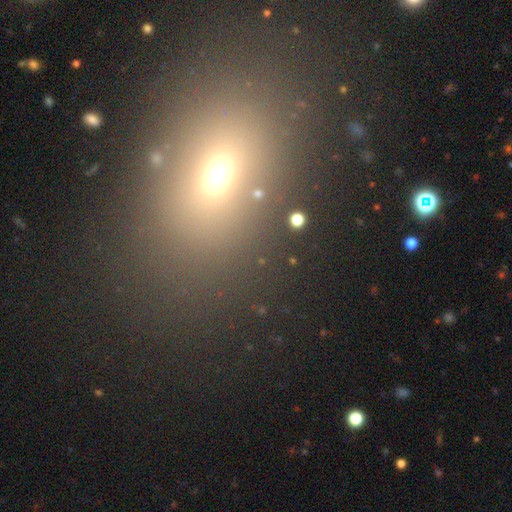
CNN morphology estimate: The model was most divided on "smooth or featured": smooth: 59%, star or artifact: 29%, featured or disk: 12%. More confident: merging — none (83%); how rounded — in between (66%).